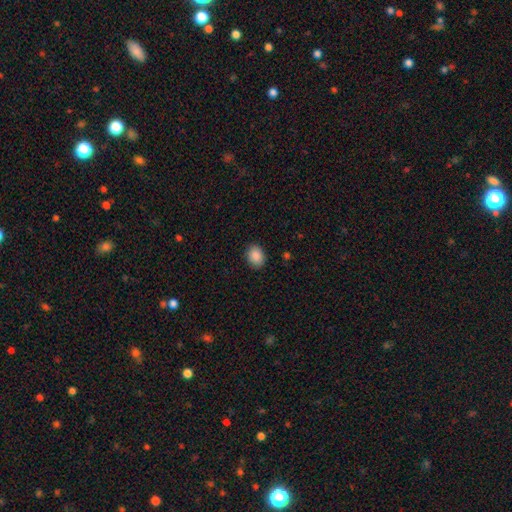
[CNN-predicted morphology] This is clearly a smooth galaxy (88%). How rounded: possibly in between (58%). Merging: clearly none (88%).